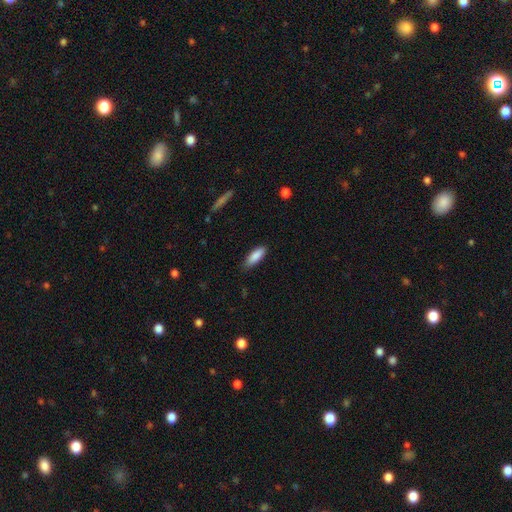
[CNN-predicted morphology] Q: Smooth or featured?
A: smooth (88%); runner-up: featured or disk (6%)
Q: How rounded?
A: in between (61%); runner-up: cigar-shaped (37%)
Q: Merging?
A: none (83%); runner-up: minor disturbance (13%)